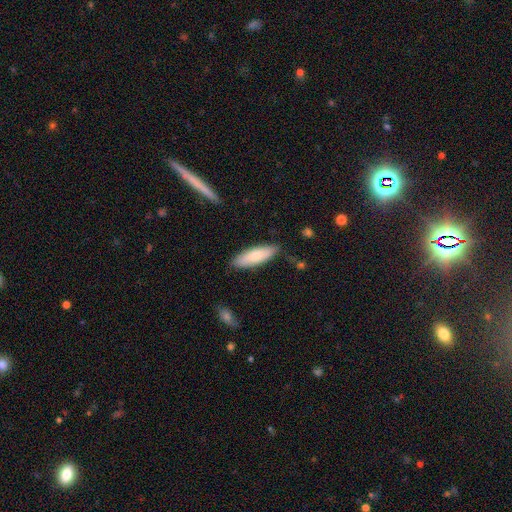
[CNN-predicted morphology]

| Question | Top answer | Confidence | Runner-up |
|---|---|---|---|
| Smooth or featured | smooth | 78% | featured or disk (16%) |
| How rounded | in between | 56% | cigar-shaped (43%) |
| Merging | none | 83% | minor disturbance (13%) |